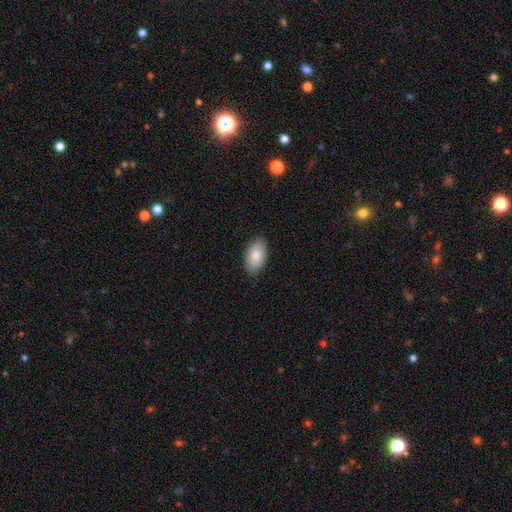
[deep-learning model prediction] Smooth or featured?
  - smooth: 83% *
  - featured or disk: 11%
  - star or artifact: 6%
How rounded?
  - in between: 94% *
  - round: 4%
  - cigar-shaped: 2%
Merging?
  - none: 88% *
  - minor disturbance: 10%
  - major disturbance: 2%
  - merger: 1%